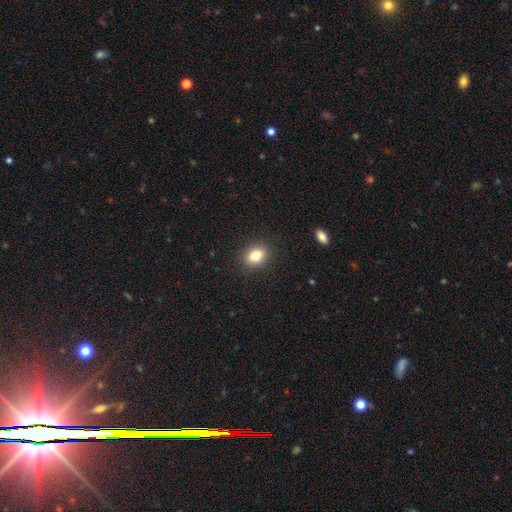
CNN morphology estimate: This appears to be a smooth galaxy with no disk features (83%) that is in between round and cigar-shaped (59%). Merging: none (89%).